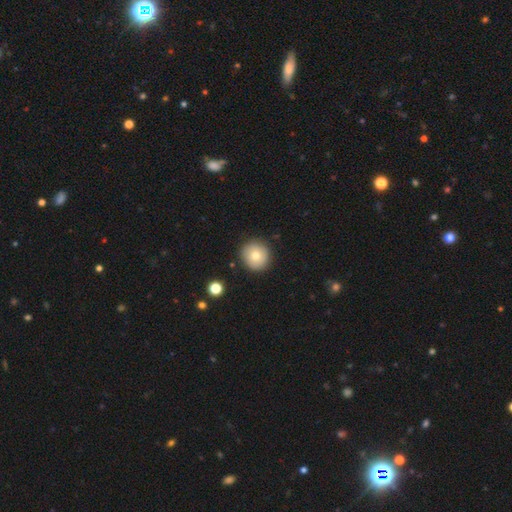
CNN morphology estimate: Smooth or featured? smooth (77%)
How rounded? round (92%)
Merging? none (89%)